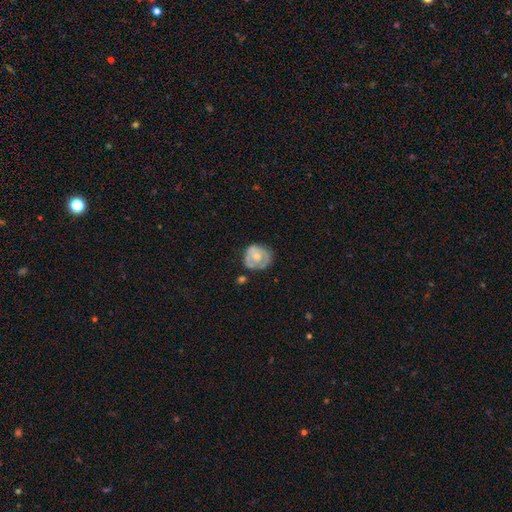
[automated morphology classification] smooth-or-featured: featured or disk: 48% | smooth: 46% | star or artifact: 6%
  merging: none: 54% | minor disturbance: 29% | major disturbance: 11% | merger: 6%